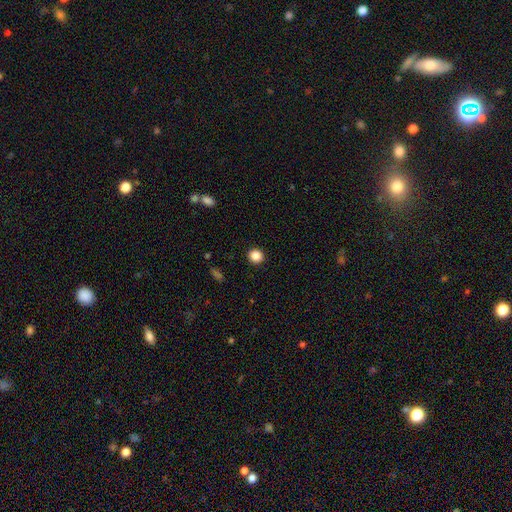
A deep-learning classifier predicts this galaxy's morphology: Smooth or featured?
  - smooth: 86% *
  - star or artifact: 10%
  - featured or disk: 4%
How rounded?
  - round: 89% *
  - in between: 10%
  - cigar-shaped: 1%
Merging?
  - none: 93% *
  - minor disturbance: 5%
  - major disturbance: 2%
  - merger: 1%